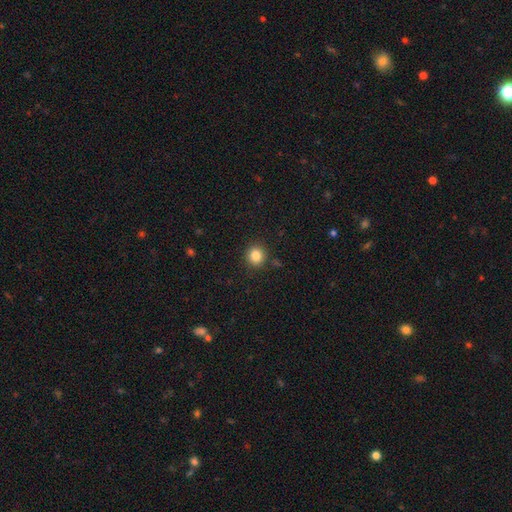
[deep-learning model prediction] Smooth or featured: smooth — 84% (star or artifact — 11%)
How rounded: round — 91% (in between — 8%)
Merging: none — 89% (minor disturbance — 7%)